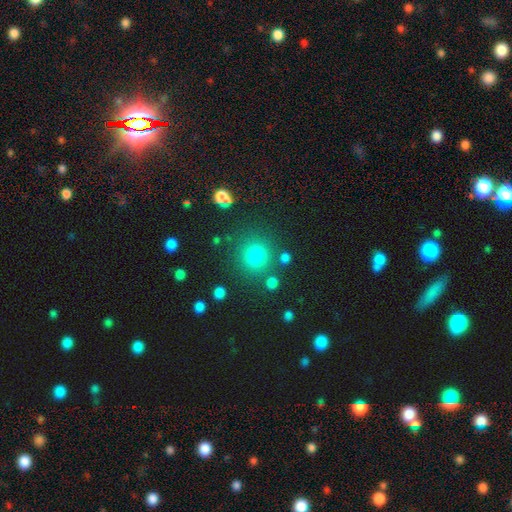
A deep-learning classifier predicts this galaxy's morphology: A smooth galaxy with no disk features (78%) that is round (92%).

Vote fractions:
- Smooth or featured? smooth: 78% / star or artifact: 16% / featured or disk: 6%
- How rounded? round: 92% / in between: 7% / cigar-shaped: 1%
- Merging? none: 82% / minor disturbance: 8% / merger: 6% / major disturbance: 4%